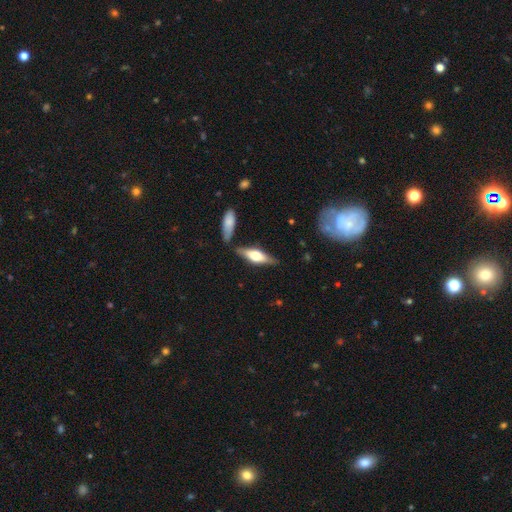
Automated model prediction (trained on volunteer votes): Q: Smooth or featured?
A: featured or disk (53%); runner-up: smooth (41%)
Q: Edge-on disk?
A: yes (91%); runner-up: no (9%)
Q: Merging?
A: none (73%); runner-up: minor disturbance (14%)